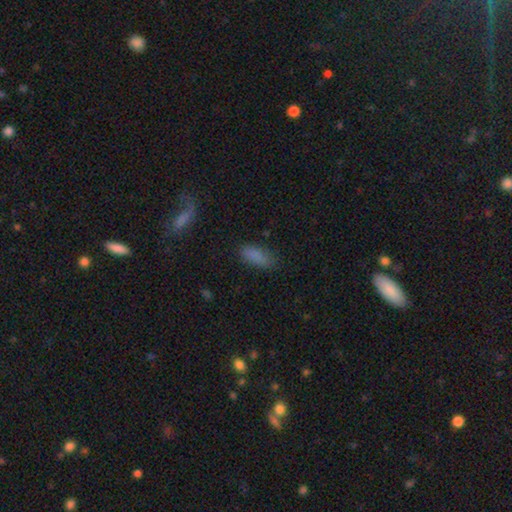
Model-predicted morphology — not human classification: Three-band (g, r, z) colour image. It shows a smooth galaxy with no disk features (83%) that is in between round and cigar-shaped (78%). Merging: none (74%).